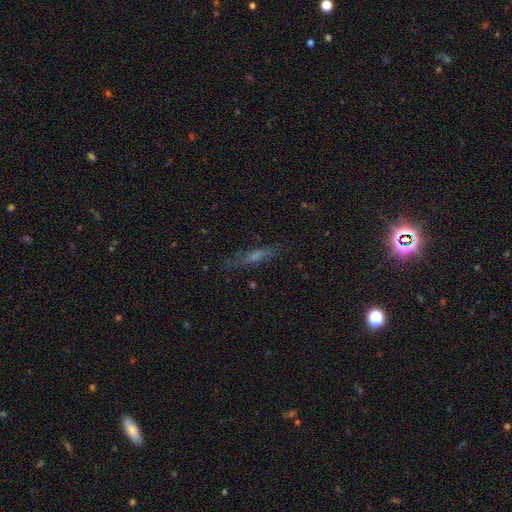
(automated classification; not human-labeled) Smooth or featured: featured or disk — 49% (smooth — 30%)
Merging: none — 79% (minor disturbance — 14%)